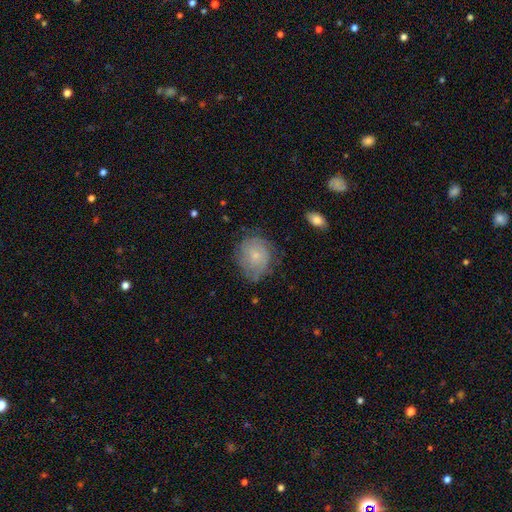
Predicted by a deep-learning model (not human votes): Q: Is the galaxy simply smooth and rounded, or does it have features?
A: featured or disk — 49%.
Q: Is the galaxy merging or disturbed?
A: none — 63%.